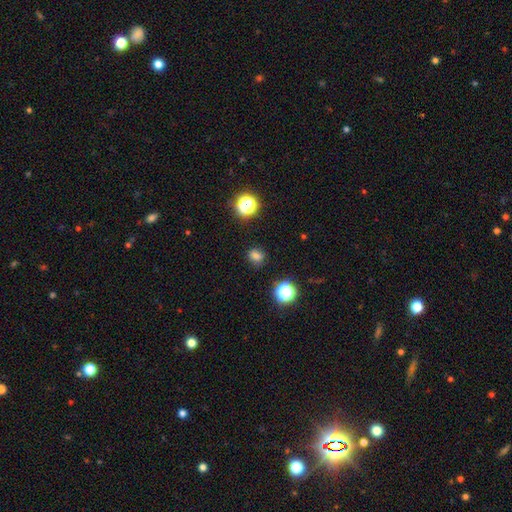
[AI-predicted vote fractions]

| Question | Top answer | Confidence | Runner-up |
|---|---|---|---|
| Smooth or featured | smooth | 72% | star or artifact (21%) |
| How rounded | round | 54% | in between (45%) |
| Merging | none | 76% | minor disturbance (15%) |